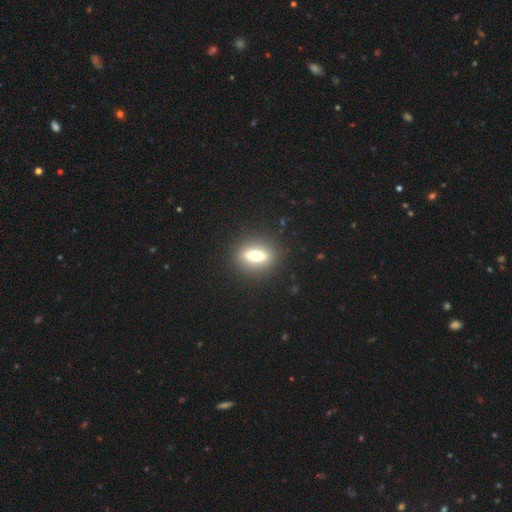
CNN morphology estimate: The model was most divided on "smooth or featured": smooth: 58%, featured or disk: 32%, star or artifact: 10%. More confident: merging — none (88%); how rounded — in between (58%).